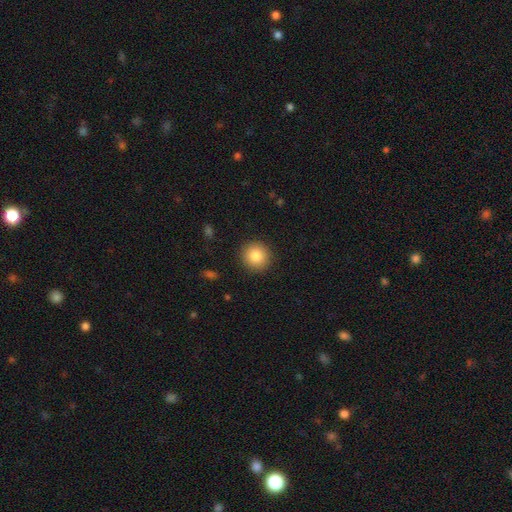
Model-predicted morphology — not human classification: The model was most divided on "smooth or featured": smooth: 85%, star or artifact: 9%, featured or disk: 7%. More confident: how rounded — round (94%); merging — none (91%).